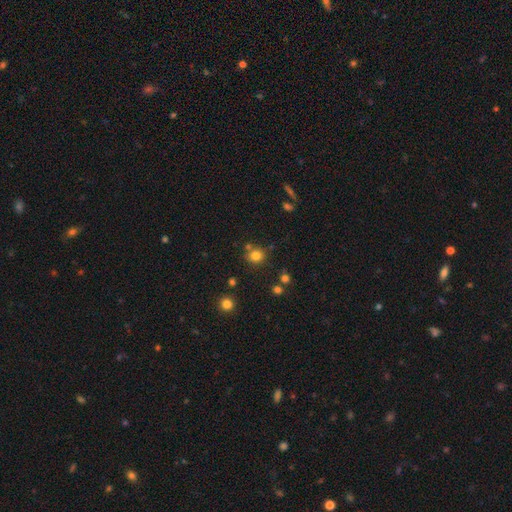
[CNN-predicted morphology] This appears to be a smooth galaxy with no disk features (78%) that is round (86%). Merging: none (75%).